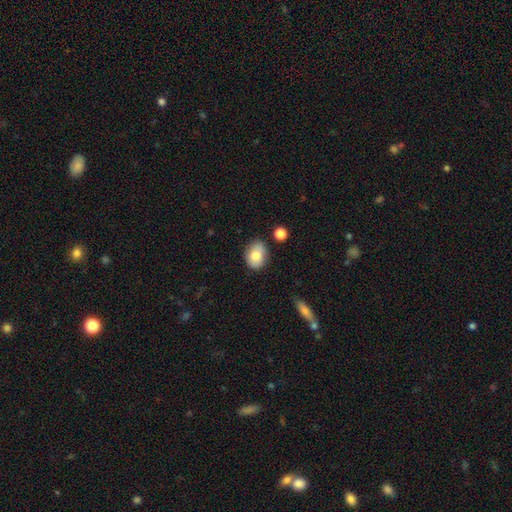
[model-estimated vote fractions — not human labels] Smooth or featured? Predicted: smooth (p=0.76). How rounded? Predicted: in between (p=0.63). Merging? Predicted: none (p=0.76).